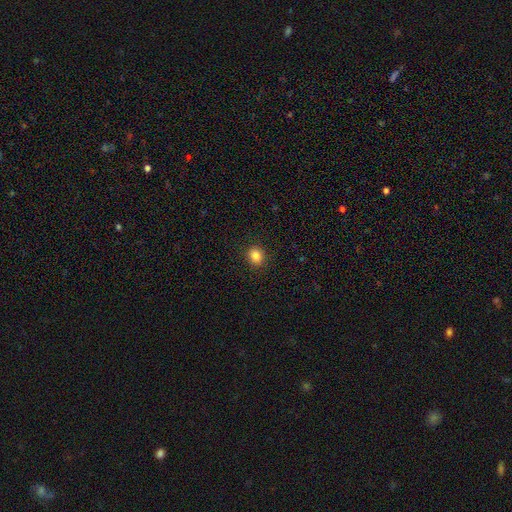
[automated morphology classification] Overall: smooth (84%). How rounded: round (67%; in between 32%). Merging: none (91%).